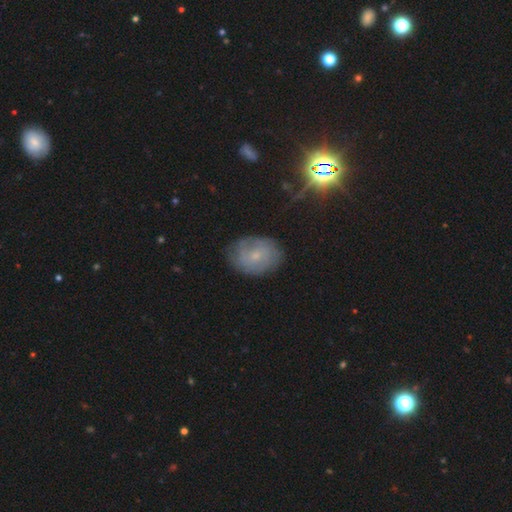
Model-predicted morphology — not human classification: featured or disk 46%, smooth 40%, star or artifact 14%. Down the decision tree: merging — none (75%).